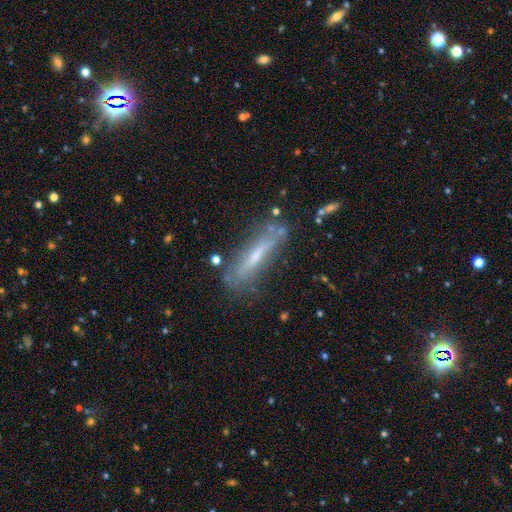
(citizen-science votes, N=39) Volunteers were most divided on "edge-on bulge": rounded: 46%, boxy: 38%, none: 15%. More confident: edge-on disk — yes (62%); merging — none (55%); smooth or featured — featured or disk (54%).